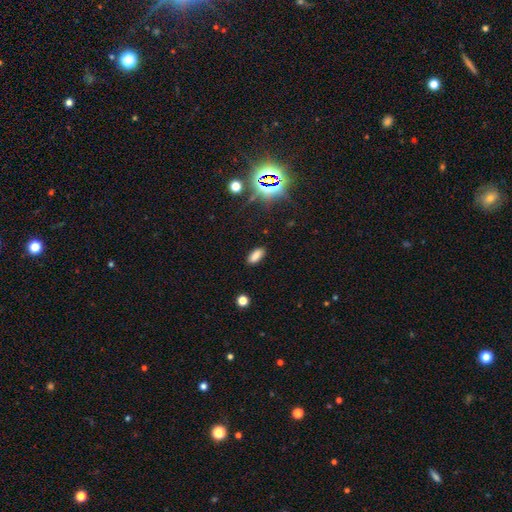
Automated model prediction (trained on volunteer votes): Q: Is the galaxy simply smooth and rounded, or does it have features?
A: smooth — 81%.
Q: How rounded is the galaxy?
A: in between — 87%.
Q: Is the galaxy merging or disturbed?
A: none — 87%.